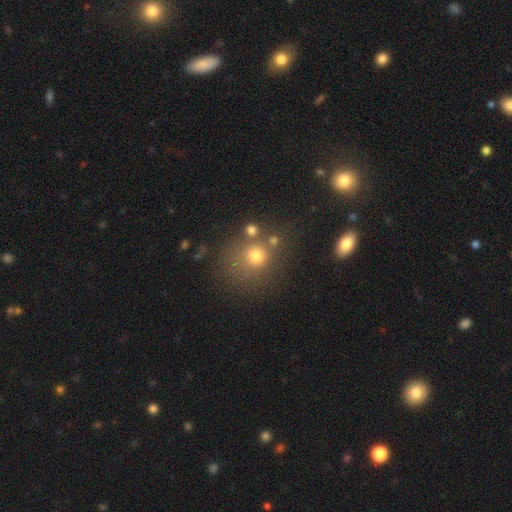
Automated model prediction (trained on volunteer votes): Smooth or featured: smooth — 71% (star or artifact — 18%)
How rounded: round — 83% (in between — 16%)
Merging: none — 64% (merger — 16%)